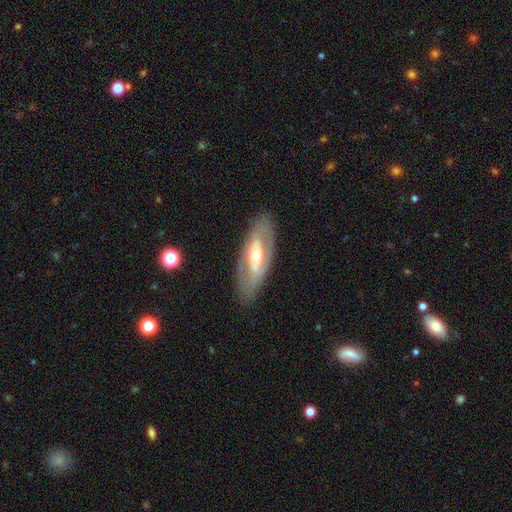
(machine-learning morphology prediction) Smooth or featured? featured or disk (73%)
Edge-on disk? no (82%)
Bar? strong (38%)
Spiral arms? yes (53%)
Bulge size? moderate (58%)
Merging? none (82%)